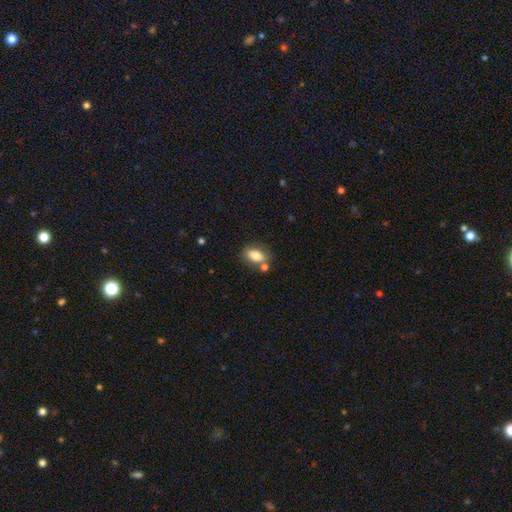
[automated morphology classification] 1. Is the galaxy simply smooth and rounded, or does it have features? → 80% smooth, 12% featured or disk, 8% star or artifact.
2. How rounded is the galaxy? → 86% in between, 11% round, 3% cigar-shaped.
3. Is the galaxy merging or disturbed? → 64% none, 18% merger, 14% minor disturbance, 4% major disturbance.